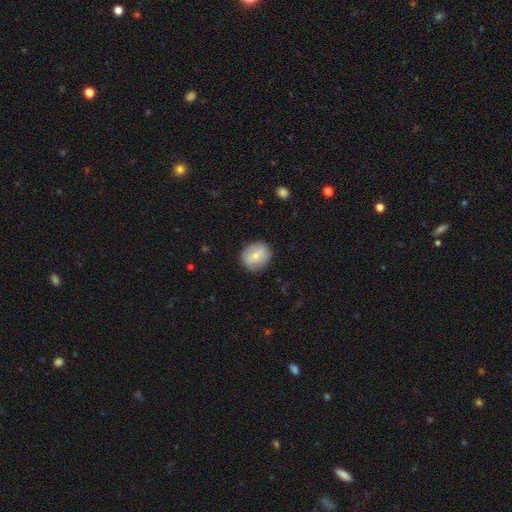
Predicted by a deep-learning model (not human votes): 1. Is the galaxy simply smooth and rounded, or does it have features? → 71% smooth, 21% featured or disk, 7% star or artifact.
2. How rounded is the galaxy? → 72% round, 27% in between, 1% cigar-shaped.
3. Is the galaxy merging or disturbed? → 85% none, 11% minor disturbance, 3% major disturbance, 1% merger.